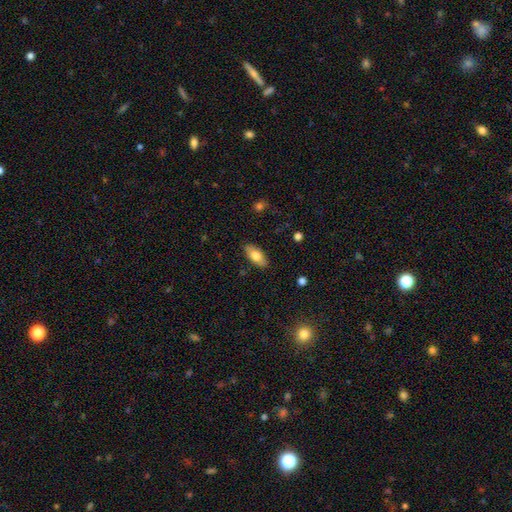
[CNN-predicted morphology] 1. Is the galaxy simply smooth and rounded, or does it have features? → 75% smooth, 18% featured or disk, 7% star or artifact.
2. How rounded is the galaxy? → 86% in between, 11% cigar-shaped, 3% round.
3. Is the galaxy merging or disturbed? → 87% none, 10% minor disturbance, 2% major disturbance, 1% merger.